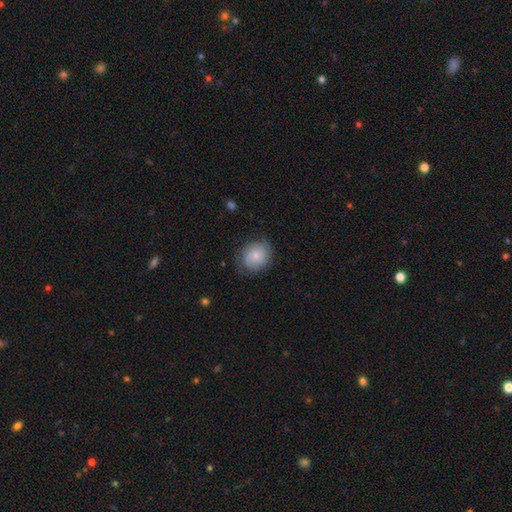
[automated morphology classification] Smooth or featured?
  - smooth: 67% *
  - featured or disk: 26%
  - star or artifact: 7%
How rounded?
  - round: 70% *
  - in between: 29%
  - cigar-shaped: 1%
Merging?
  - none: 69% *
  - minor disturbance: 23%
  - major disturbance: 7%
  - merger: 1%